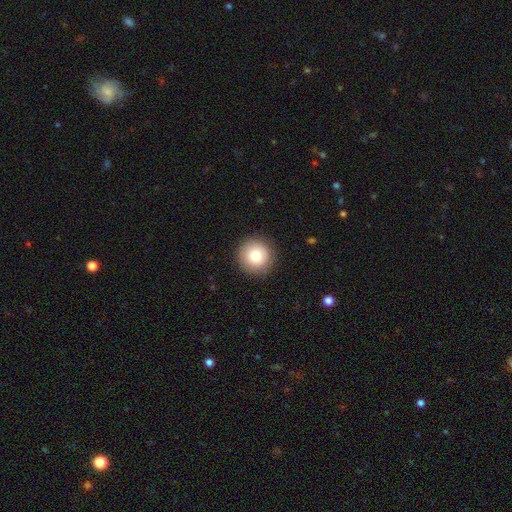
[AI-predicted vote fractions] smooth_or_featured: smooth (p=0.81) [alt: featured or disk p=0.10]
how_rounded: round (p=0.95) [alt: in between p=0.04]
merging: none (p=0.90) [alt: minor disturbance p=0.07]